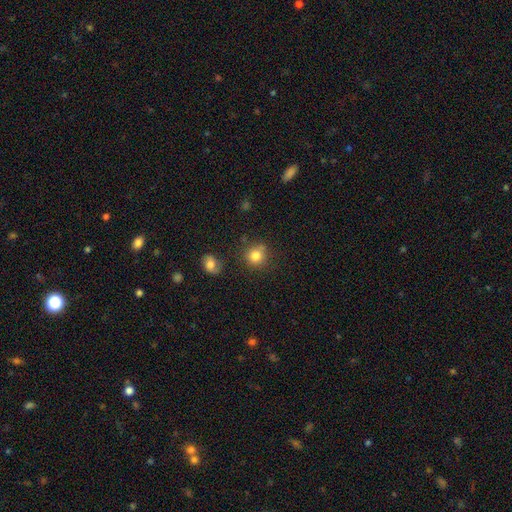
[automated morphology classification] Smooth or featured? Predicted: smooth (p=0.82). How rounded? Predicted: round (p=0.88). Merging? Predicted: none (p=0.76).